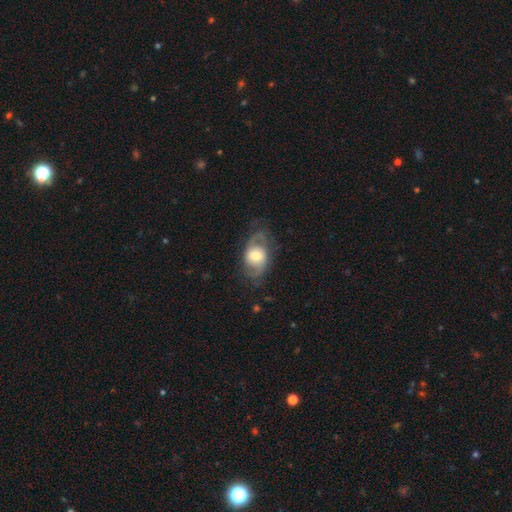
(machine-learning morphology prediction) featured or disk 70%, smooth 24%, star or artifact 6%. Down the decision tree: edge-on disk — no (95%); bar — no (58%); spiral arms — yes (86%); spiral arm count — 2 (85%); spiral winding — medium (46%); bulge size — moderate (61%); merging — none (67%).